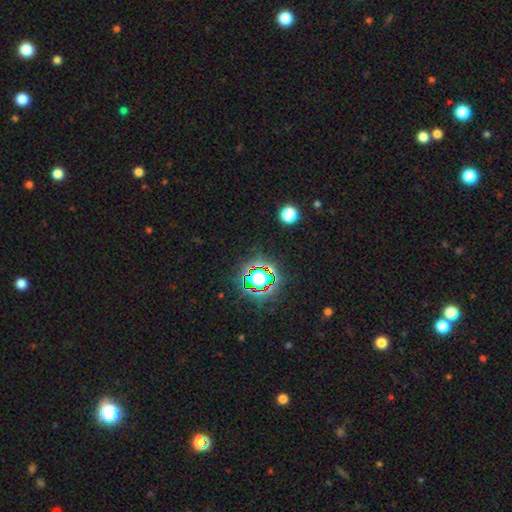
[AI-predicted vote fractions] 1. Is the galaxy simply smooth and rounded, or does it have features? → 81% star or artifact, 12% smooth, 7% featured or disk.